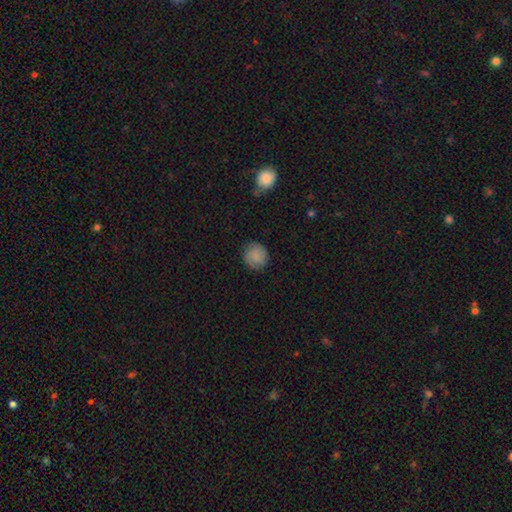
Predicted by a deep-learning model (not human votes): smooth_or_featured: smooth (p=0.78) [alt: featured or disk p=0.14]
how_rounded: round (p=0.89) [alt: in between p=0.10]
merging: none (p=0.81) [alt: minor disturbance p=0.14]